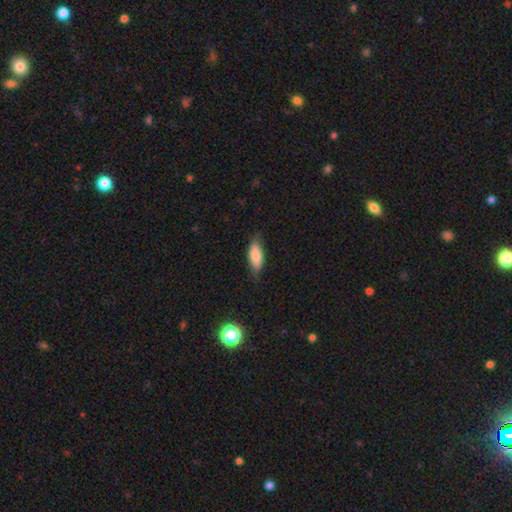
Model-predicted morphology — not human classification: Smooth or featured?
  - smooth: 79% *
  - featured or disk: 15%
  - star or artifact: 7%
How rounded?
  - in between: 71% *
  - cigar-shaped: 27%
  - round: 2%
Merging?
  - none: 75% *
  - minor disturbance: 20%
  - major disturbance: 3%
  - merger: 1%